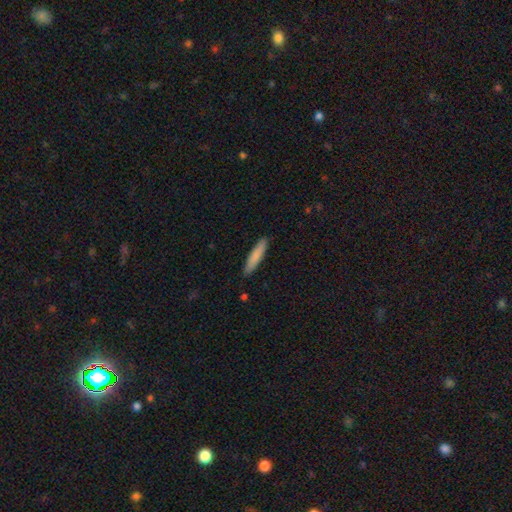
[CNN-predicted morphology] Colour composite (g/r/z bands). It shows a smooth galaxy with no disk features (82%) that is cigar-shaped (87%). Merging: none (89%).